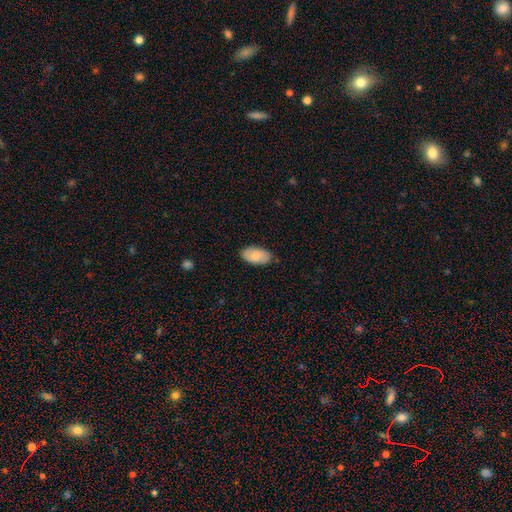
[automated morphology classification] This appears to be a smooth galaxy with no disk features (81%) that is in between round and cigar-shaped (95%). Merging: none (82%).